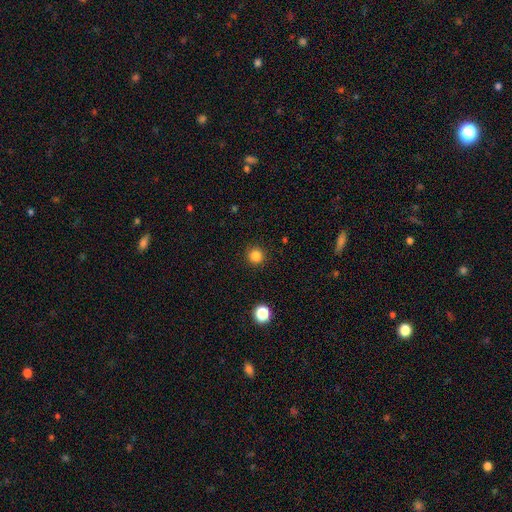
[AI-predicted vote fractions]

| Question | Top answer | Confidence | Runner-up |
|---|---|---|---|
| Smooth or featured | smooth | 84% | star or artifact (13%) |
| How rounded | round | 95% | in between (4%) |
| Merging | none | 92% | minor disturbance (5%) |